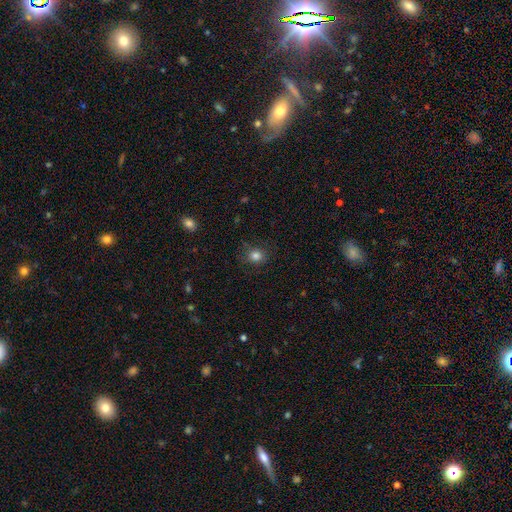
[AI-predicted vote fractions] smooth 82%, star or artifact 12%, featured or disk 5%. Down the decision tree: how rounded — round (80%); merging — none (81%).